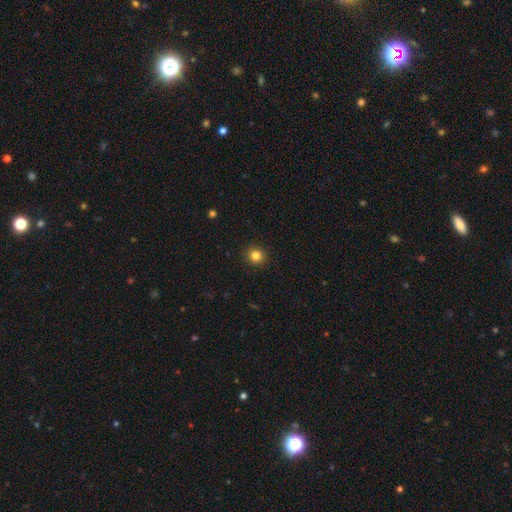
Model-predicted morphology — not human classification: smooth-or-featured: smooth: 83% | star or artifact: 12% | featured or disk: 5%
  how-rounded: round: 92% | in between: 7% | cigar-shaped: 1%
  merging: none: 92% | minor disturbance: 5% | major disturbance: 2% | merger: 1%